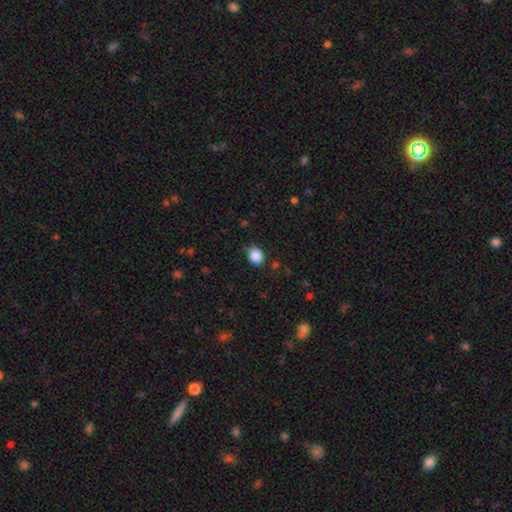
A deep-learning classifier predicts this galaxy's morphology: smooth 88%, star or artifact 9%, featured or disk 3%. Down the decision tree: how rounded — round (51%); merging — none (79%).